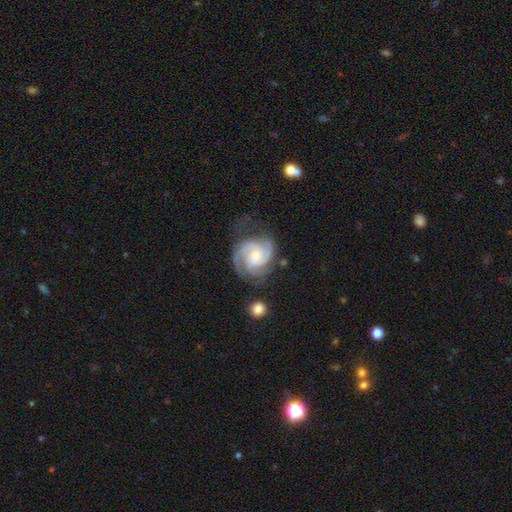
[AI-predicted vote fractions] smooth_or_featured: featured or disk (p=0.90) [alt: smooth p=0.05]
disk_edge_on: no (p=0.98) [alt: yes p=0.02]
bar: no (p=0.68) [alt: weak p=0.26]
has_spiral_arms: yes (p=0.98) [alt: no p=0.02]
spiral_winding: tight (p=0.55) [alt: medium p=0.39]
spiral_arm_count: 3 (p=0.49) [alt: 2 p=0.30]
bulge_size: small (p=0.52) [alt: moderate p=0.44]
merging: none (p=0.64) [alt: minor disturbance p=0.22]